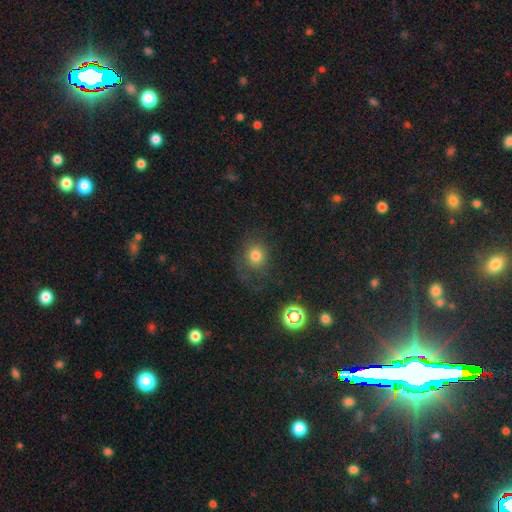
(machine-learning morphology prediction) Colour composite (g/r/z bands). It shows a smooth galaxy with no disk features (73%) that is round (78%). Merging: none (64%).